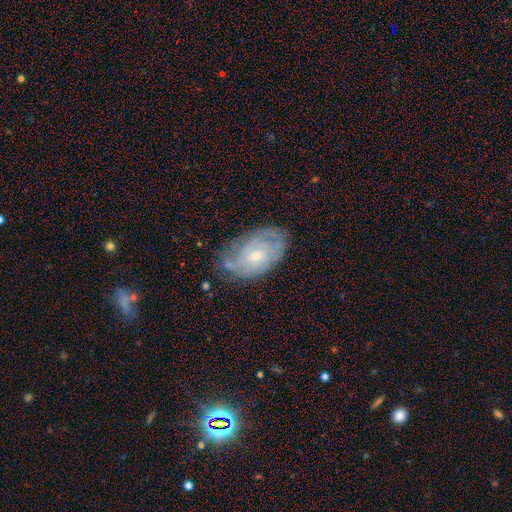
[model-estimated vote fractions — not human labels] smooth-or-featured: featured or disk: 70% | smooth: 23% | star or artifact: 7%
  disk-edge-on: no: 95% | yes: 5%
    bar: no: 71% | weak: 26% | strong: 3%
    has-spiral-arms: yes: 85% | no: 15%
      spiral-winding: tight: 64% | medium: 27% | loose: 9%
      spiral-arm-count: can't tell: 52% | 2: 18% | 3: 13% | 4: 8% | 1: 5% | more than 4: 4%
    bulge-size: small: 55% | moderate: 41% | none: 2% | large: 2% | dominant: 1%
  merging: none: 68% | minor disturbance: 23% | major disturbance: 7% | merger: 2%